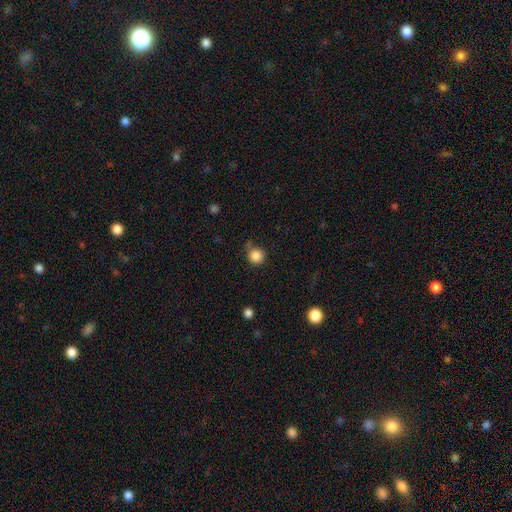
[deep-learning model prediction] Morphology: type=smooth (86%); roundness=round (92%); merging=none (68%).